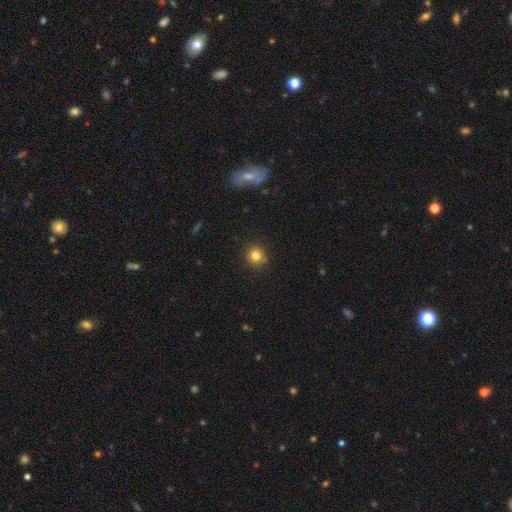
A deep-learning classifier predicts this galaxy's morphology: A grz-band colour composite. It shows a smooth galaxy with no disk features (81%) that is round (90%). Merging: none (89%).